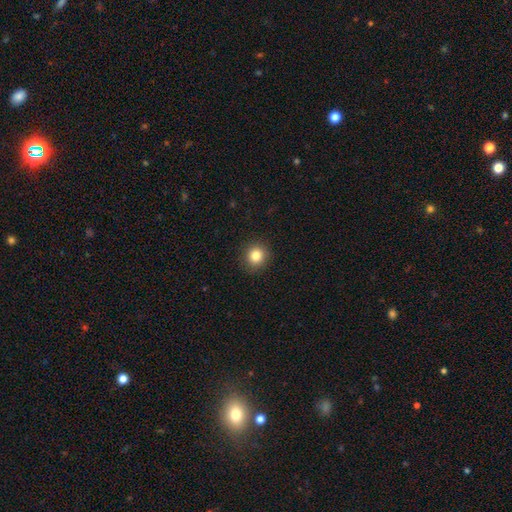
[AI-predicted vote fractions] Smooth or featured? smooth (83%)
How rounded? round (87%)
Merging? none (91%)